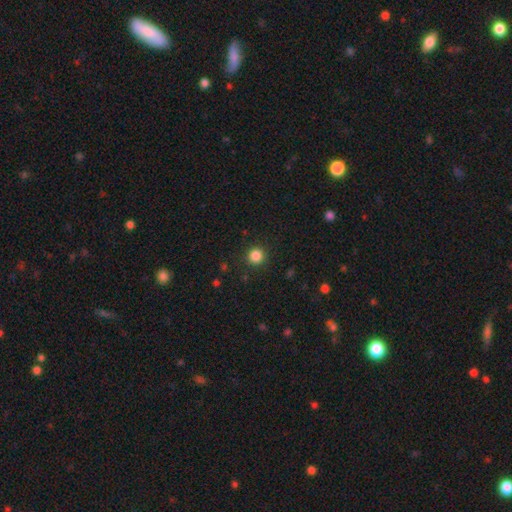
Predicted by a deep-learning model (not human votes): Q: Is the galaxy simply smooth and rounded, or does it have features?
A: smooth — 85%.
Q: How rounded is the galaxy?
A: round — 94%.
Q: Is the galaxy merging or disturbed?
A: none — 91%.